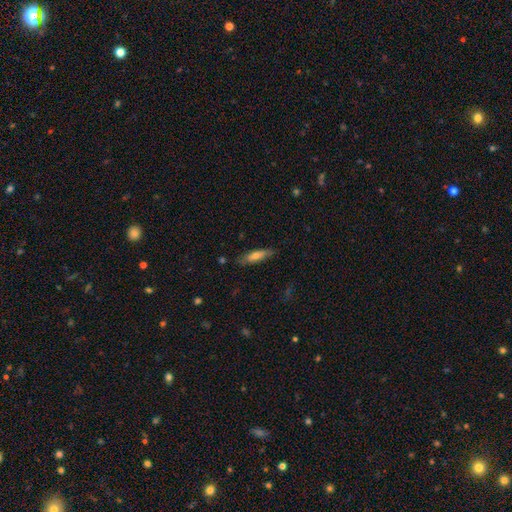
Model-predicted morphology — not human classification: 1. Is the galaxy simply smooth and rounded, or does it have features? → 62% smooth, 31% featured or disk, 7% star or artifact.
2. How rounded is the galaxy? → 60% cigar-shaped, 38% in between, 2% round.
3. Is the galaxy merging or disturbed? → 79% none, 16% minor disturbance, 3% major disturbance, 2% merger.